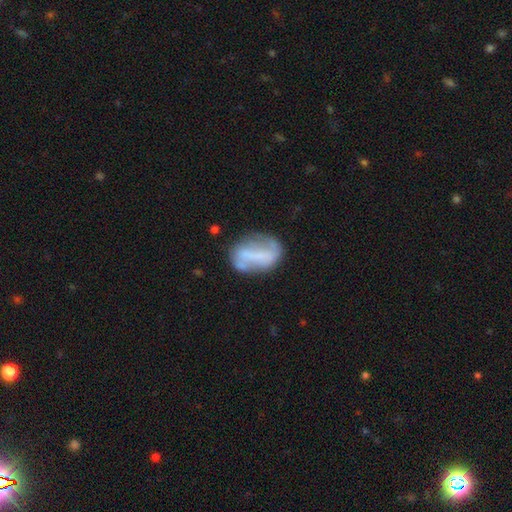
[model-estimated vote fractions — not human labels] Smooth or featured?
  - featured or disk: 53% *
  - smooth: 38%
  - star or artifact: 9%
Edge-on disk?
  - no: 94% *
  - yes: 6%
Merging?
  - none: 57% *
  - minor disturbance: 24%
  - major disturbance: 12%
  - merger: 7%